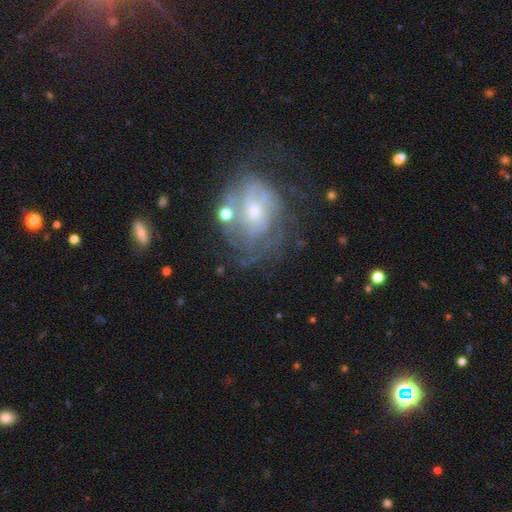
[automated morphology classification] A featured or disk galaxy (61%) with no bar (55%), spiral arms (72%) and a small central bulge (55%).

Vote fractions:
- Smooth or featured? featured or disk: 61% / star or artifact: 20% / smooth: 18%
- Edge-on disk? no: 94% / yes: 6%
- Bar? no: 55% / weak: 33% / strong: 11%
- Spiral arms? yes: 72% / no: 28%
- Bulge size? small: 55% / moderate: 36% / none: 4% / large: 4% / dominant: 2%
- Merging? none: 59% / minor disturbance: 18% / major disturbance: 14% / merger: 9%